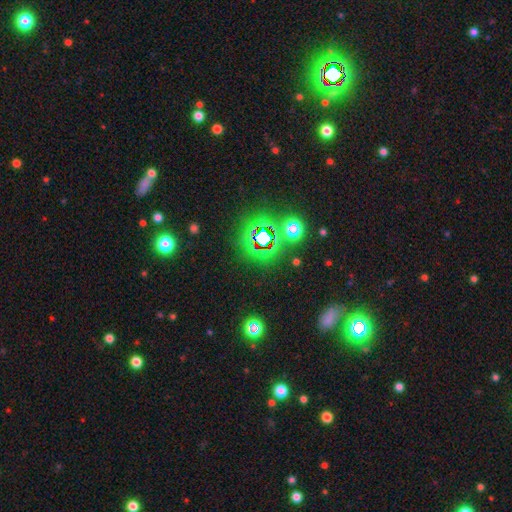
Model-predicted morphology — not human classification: A star or artifact, not a galaxy (67%).